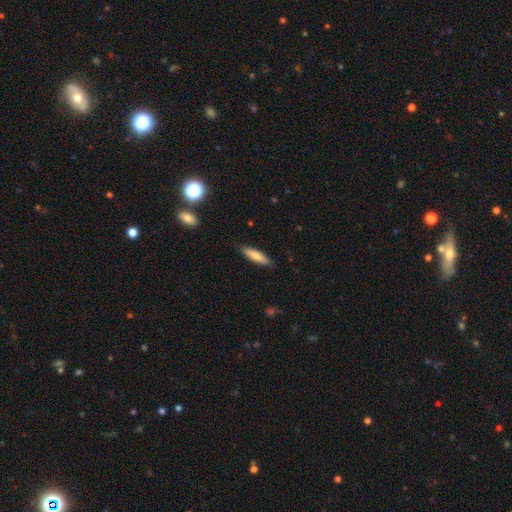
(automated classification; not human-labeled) smooth_or_featured: smooth (p=0.79) [alt: featured or disk p=0.16]
how_rounded: cigar-shaped (p=0.68) [alt: in between p=0.31]
merging: none (p=0.85) [alt: minor disturbance p=0.12]